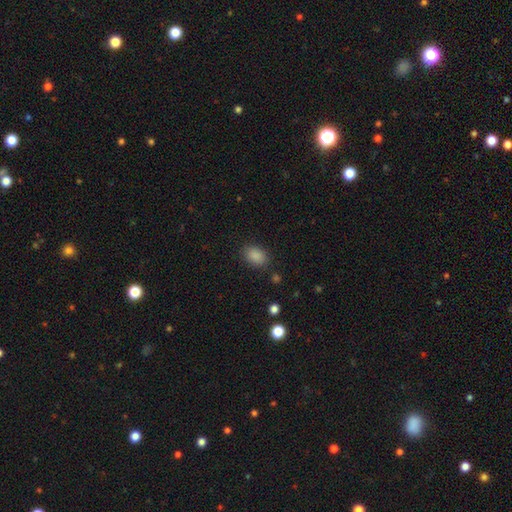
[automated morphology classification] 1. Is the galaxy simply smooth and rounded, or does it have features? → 87% smooth, 10% star or artifact, 4% featured or disk.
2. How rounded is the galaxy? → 82% in between, 16% round, 1% cigar-shaped.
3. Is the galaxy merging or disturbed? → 84% none, 11% minor disturbance, 3% major disturbance, 2% merger.